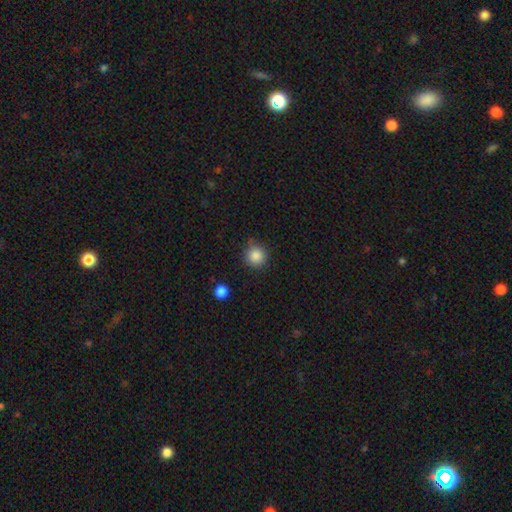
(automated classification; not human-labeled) Smooth or featured? Predicted: smooth (p=0.87). How rounded? Predicted: round (p=0.94). Merging? Predicted: none (p=0.84).